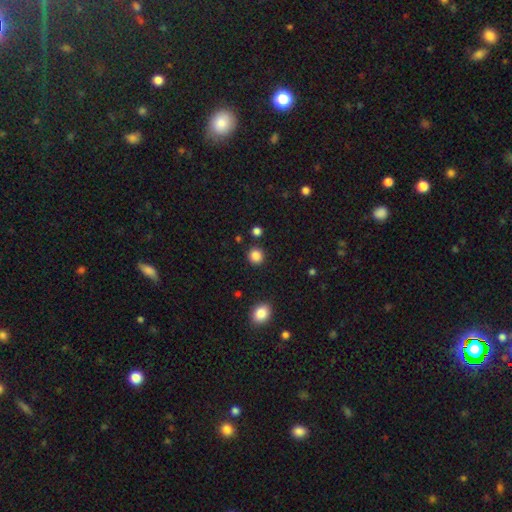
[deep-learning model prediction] Morphology: type=smooth (86%); roundness=round (88%); merging=none (89%).